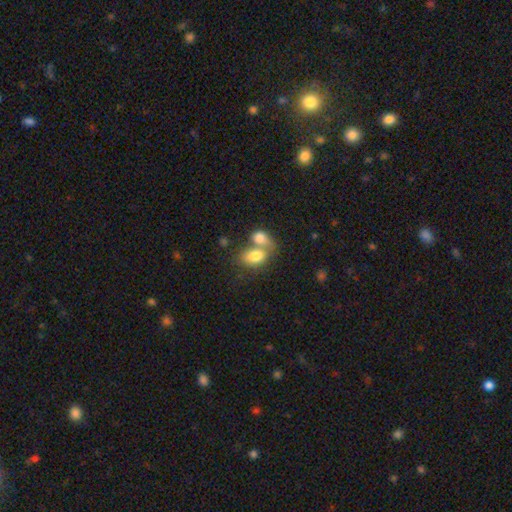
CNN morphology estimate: type=smooth (78%); roundness=in between (83%); merging=merger (66%).